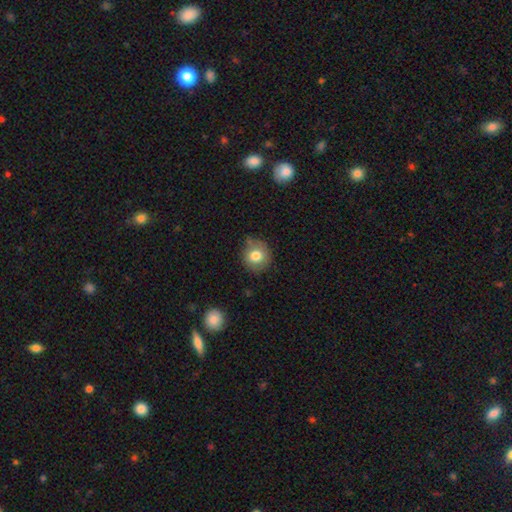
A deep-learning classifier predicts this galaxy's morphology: A smooth galaxy with no disk features (79%) that is round (87%).

Vote fractions:
- Smooth or featured? smooth: 79% / featured or disk: 11% / star or artifact: 9%
- How rounded? round: 87% / in between: 12% / cigar-shaped: 1%
- Merging? none: 76% / minor disturbance: 18% / major disturbance: 4% / merger: 3%